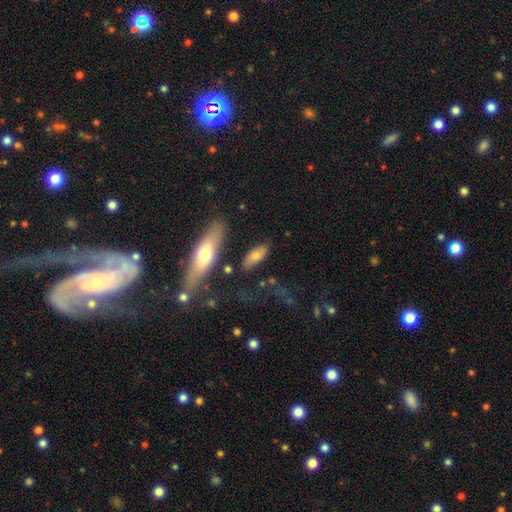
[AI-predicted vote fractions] Overall: smooth (69%). How rounded: in between (76%). Merging: none (72%).